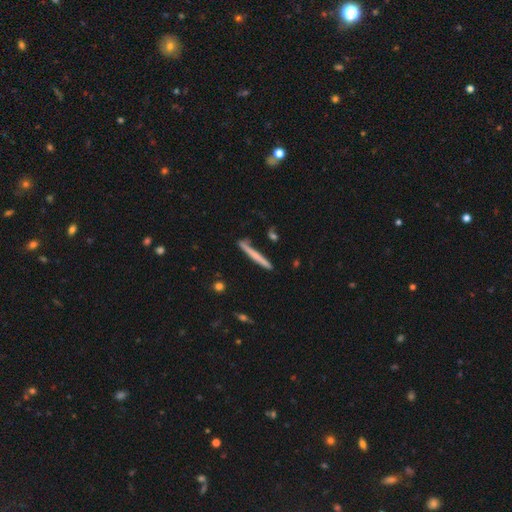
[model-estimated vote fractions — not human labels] Smooth or featured?
  - smooth: 55% *
  - featured or disk: 39%
  - star or artifact: 6%
How rounded?
  - cigar-shaped: 97% *
  - in between: 2%
  - round: 1%
Merging?
  - none: 86% *
  - minor disturbance: 10%
  - merger: 3%
  - major disturbance: 2%